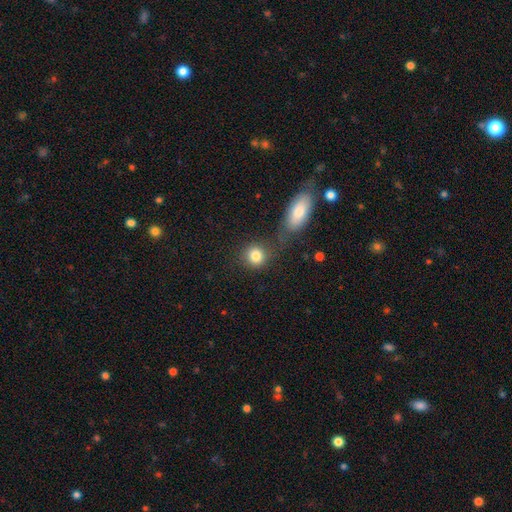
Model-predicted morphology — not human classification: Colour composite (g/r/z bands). It shows a smooth galaxy with no disk features (85%) that is round (84%). Merging: none (63%).